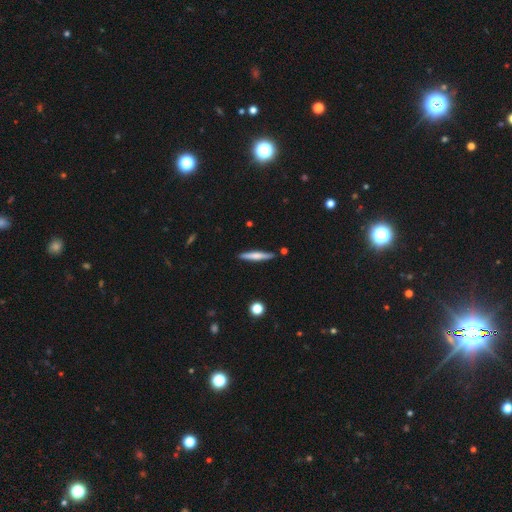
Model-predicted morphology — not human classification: Overall: smooth (54%; featured or disk 40%). How rounded: cigar-shaped (93%). Merging: none (88%).